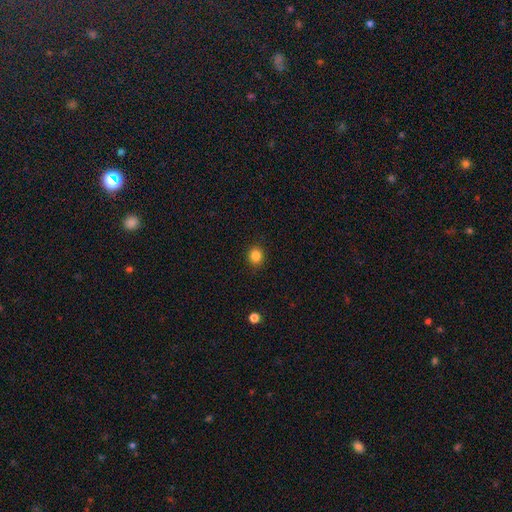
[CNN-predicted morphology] smooth_or_featured: smooth (p=0.85) [alt: star or artifact p=0.11]
how_rounded: round (p=0.80) [alt: in between p=0.19]
merging: none (p=0.90) [alt: minor disturbance p=0.07]